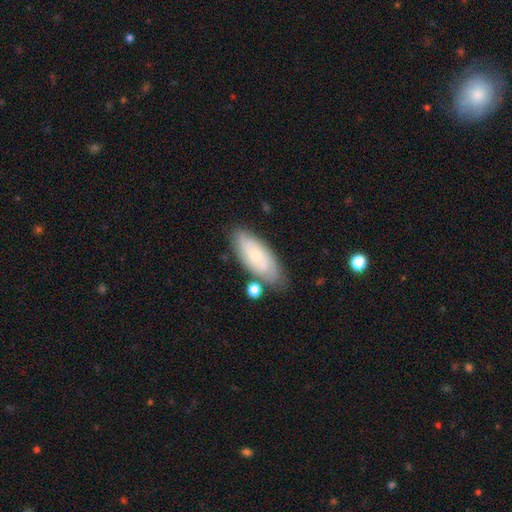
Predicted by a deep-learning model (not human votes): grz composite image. It shows a featured or disk galaxy (49%). Merging: none (69%).